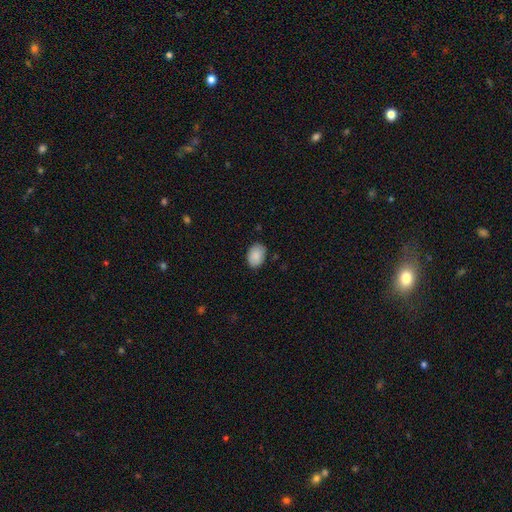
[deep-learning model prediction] smooth-or-featured: smooth: 88% | star or artifact: 7% | featured or disk: 6%
  how-rounded: in between: 80% | round: 19% | cigar-shaped: 1%
  merging: none: 83% | minor disturbance: 14% | major disturbance: 2% | merger: 1%